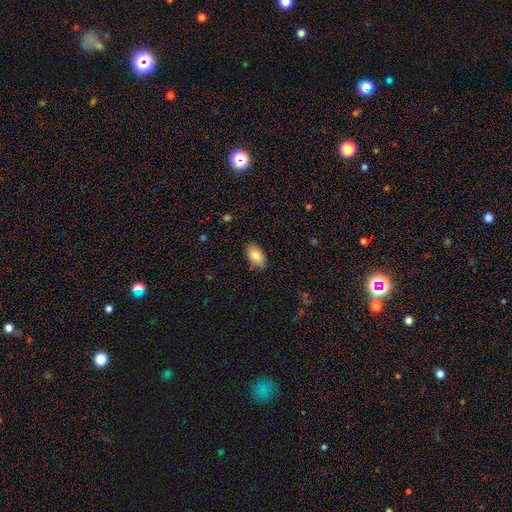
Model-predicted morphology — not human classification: Smooth or featured: smooth — 85% (featured or disk — 8%)
How rounded: in between — 93% (round — 5%)
Merging: none — 86% (minor disturbance — 11%)